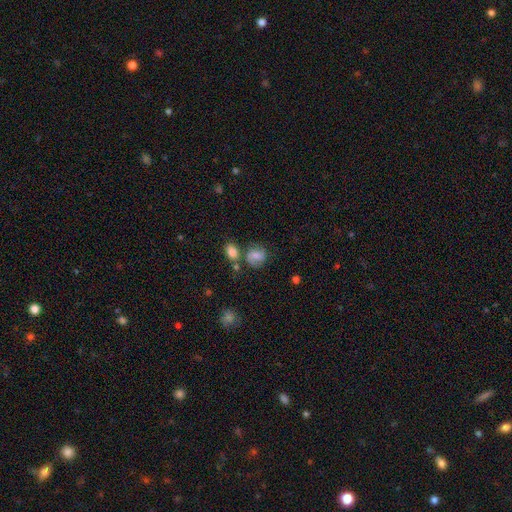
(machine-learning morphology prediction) Smooth or featured: smooth — 60% (featured or disk — 30%)
How rounded: round — 60% (in between — 39%)
Merging: none — 57% (minor disturbance — 19%)